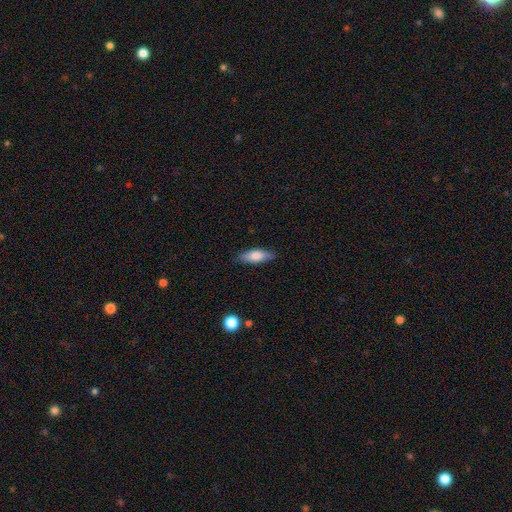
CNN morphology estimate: smooth-or-featured: smooth: 76% | featured or disk: 17% | star or artifact: 6%
  how-rounded: in between: 64% | cigar-shaped: 34% | round: 2%
  merging: none: 85% | minor disturbance: 12% | major disturbance: 2% | merger: 1%